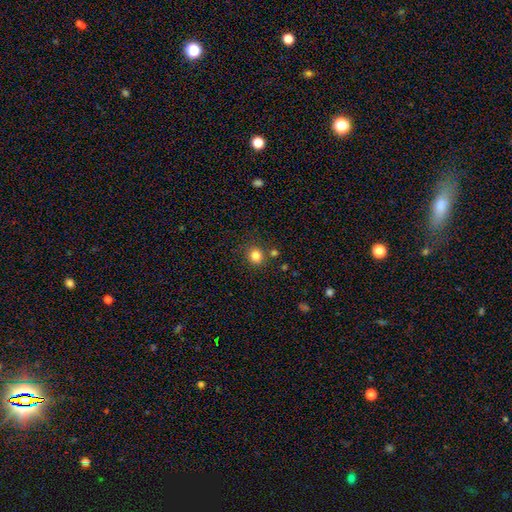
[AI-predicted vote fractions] Overall: smooth (82%). How rounded: round (85%). Merging: none (82%).